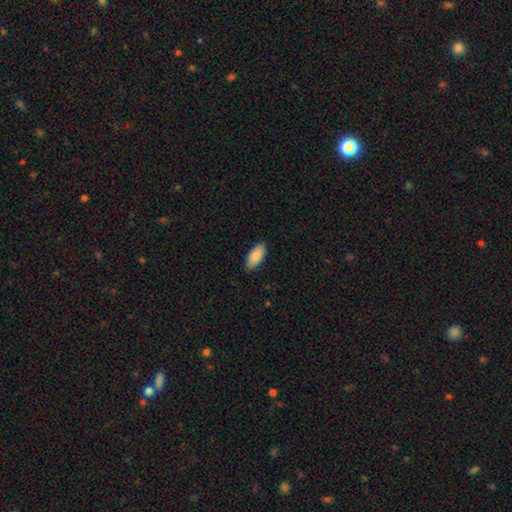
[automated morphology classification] Smooth or featured: smooth — 89% (featured or disk — 6%)
How rounded: in between — 87% (cigar-shaped — 11%)
Merging: none — 88% (minor disturbance — 9%)